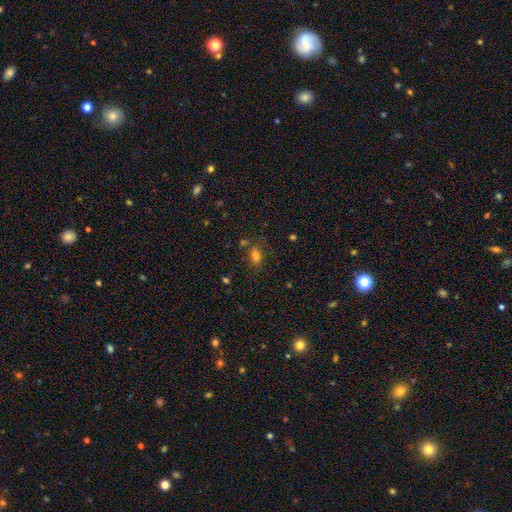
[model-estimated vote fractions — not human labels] Smooth or featured? Predicted: smooth (p=0.76). How rounded? Predicted: in between (p=0.77). Merging? Predicted: none (p=0.70).